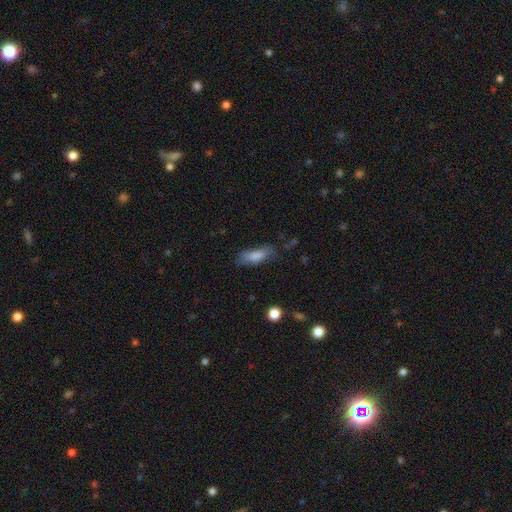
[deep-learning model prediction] smooth 77%, featured or disk 15%, star or artifact 7%. Down the decision tree: how rounded — in between (61%); merging — none (62%).